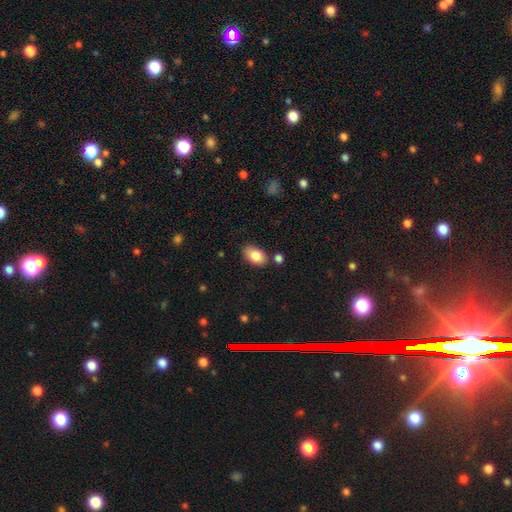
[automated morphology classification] smooth_or_featured: smooth (p=0.84) [alt: featured or disk p=0.08]
how_rounded: in between (p=0.91) [alt: round p=0.08]
merging: none (p=0.78) [alt: minor disturbance p=0.14]